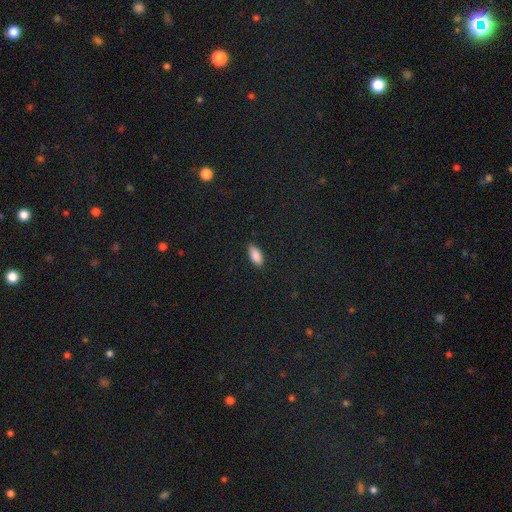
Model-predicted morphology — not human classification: type=smooth (88%); roundness=in between (91%); merging=none (87%).